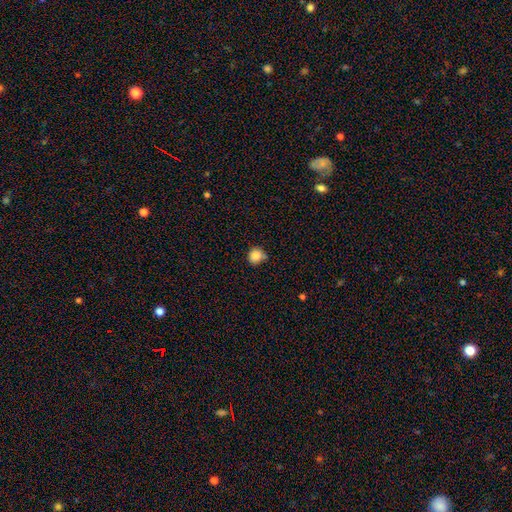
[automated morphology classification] A smooth galaxy with no disk features (86%) that is round (86%). Merging: none (67%).